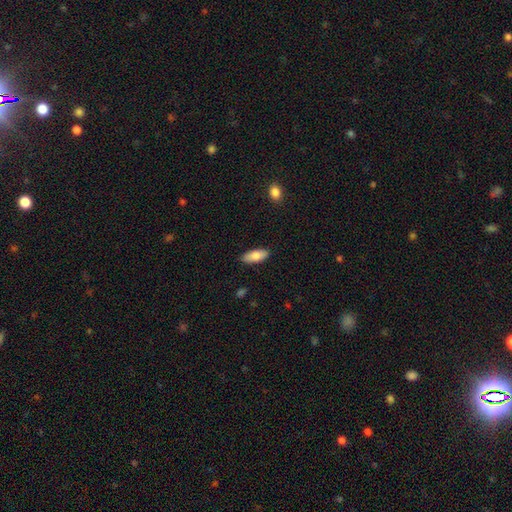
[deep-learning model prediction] Overall: smooth (82%). How rounded: in between (80%). Merging: none (87%).